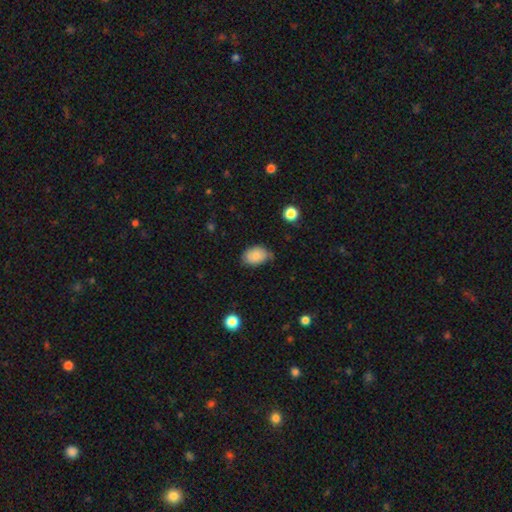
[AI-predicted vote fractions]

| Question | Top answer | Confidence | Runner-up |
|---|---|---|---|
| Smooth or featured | smooth | 82% | featured or disk (10%) |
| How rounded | in between | 80% | round (19%) |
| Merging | none | 63% | minor disturbance (30%) |